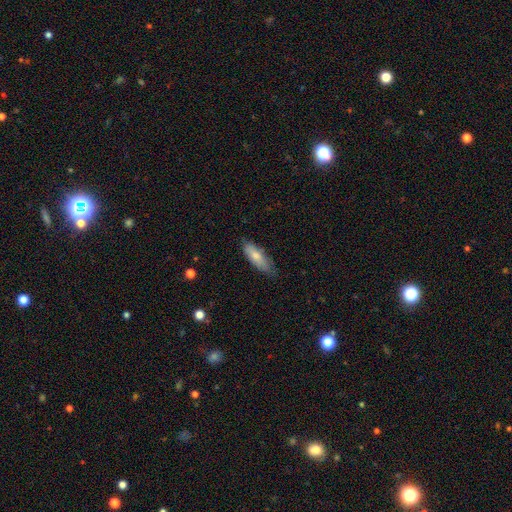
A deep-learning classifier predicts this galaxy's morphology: smooth-or-featured: smooth: 77% | featured or disk: 17% | star or artifact: 6%
  how-rounded: in between: 62% | cigar-shaped: 36% | round: 2%
  merging: none: 67% | minor disturbance: 27% | major disturbance: 5% | merger: 1%